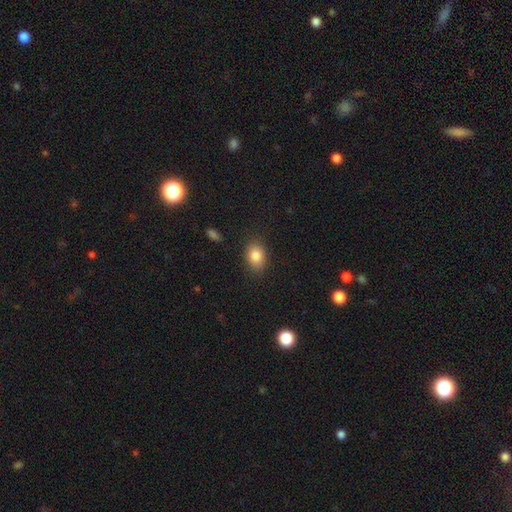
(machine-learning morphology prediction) smooth_or_featured: smooth (p=0.84) [alt: star or artifact p=0.09]
how_rounded: in between (p=0.74) [alt: round p=0.24]
merging: none (p=0.85) [alt: minor disturbance p=0.11]